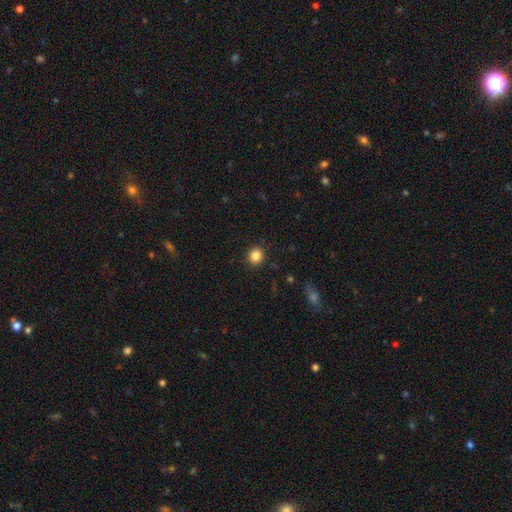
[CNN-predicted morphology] A smooth galaxy with no disk features (85%) that is round (83%).

Vote fractions:
- Smooth or featured? smooth: 85% / star or artifact: 11% / featured or disk: 4%
- How rounded? round: 83% / in between: 16% / cigar-shaped: 1%
- Merging? none: 90% / minor disturbance: 7% / major disturbance: 2% / merger: 1%